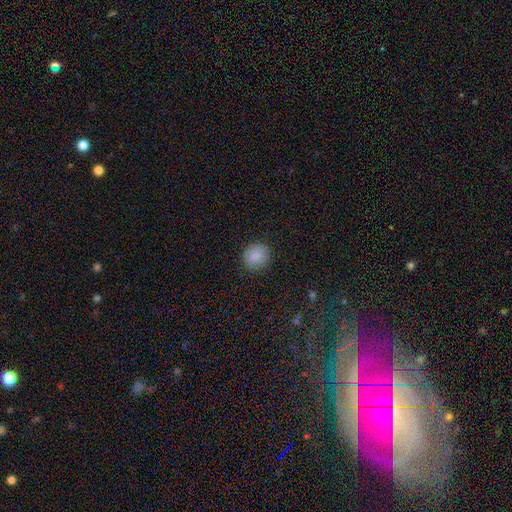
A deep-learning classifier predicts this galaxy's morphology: Smooth or featured: smooth — 86% (star or artifact — 9%)
How rounded: round — 86% (in between — 13%)
Merging: none — 88% (minor disturbance — 9%)